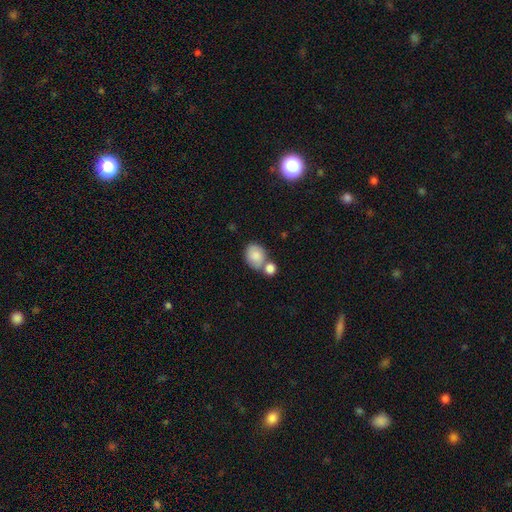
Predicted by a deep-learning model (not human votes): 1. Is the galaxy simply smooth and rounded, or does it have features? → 84% smooth, 9% featured or disk, 7% star or artifact.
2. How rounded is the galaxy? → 57% in between, 42% round, 1% cigar-shaped.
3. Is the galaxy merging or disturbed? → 42% none, 41% merger, 13% minor disturbance, 4% major disturbance.